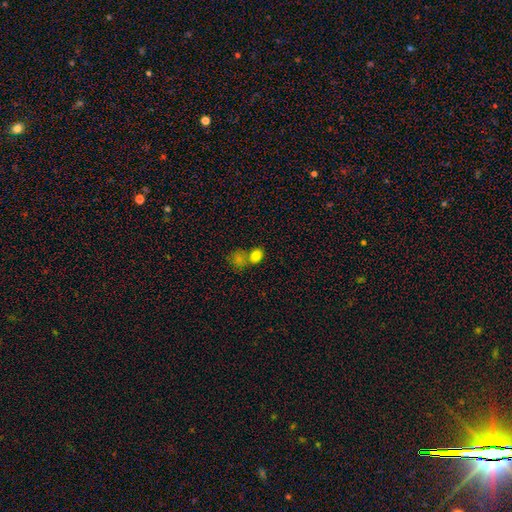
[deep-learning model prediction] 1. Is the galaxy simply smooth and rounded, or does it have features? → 80% smooth, 12% star or artifact, 8% featured or disk.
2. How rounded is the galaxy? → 51% round, 48% in between, 1% cigar-shaped.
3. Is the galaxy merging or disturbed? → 44% none, 42% merger, 10% minor disturbance, 4% major disturbance.